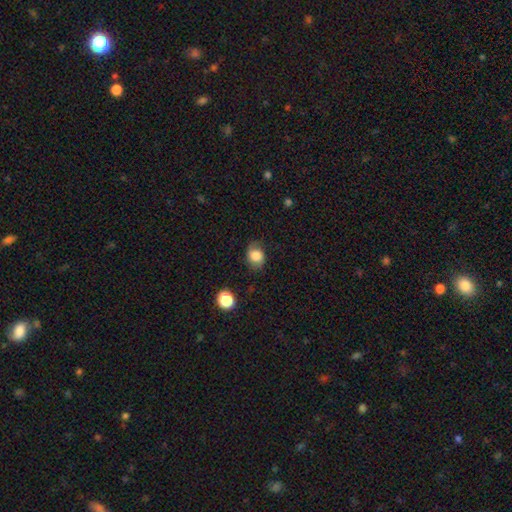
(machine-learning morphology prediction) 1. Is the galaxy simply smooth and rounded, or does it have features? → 79% smooth, 11% featured or disk, 10% star or artifact.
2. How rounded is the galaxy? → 54% round, 45% in between, 1% cigar-shaped.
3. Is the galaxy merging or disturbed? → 66% none, 25% minor disturbance, 7% major disturbance, 2% merger.